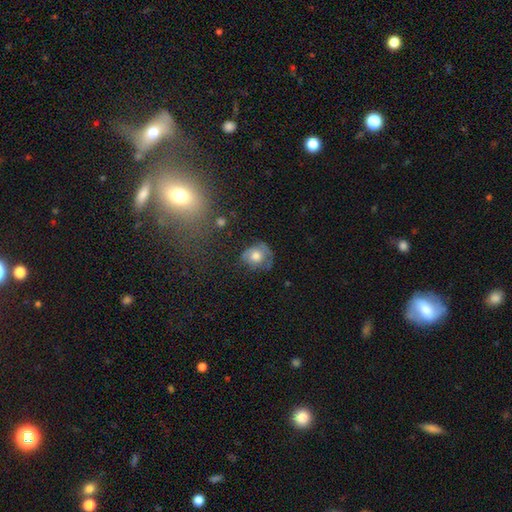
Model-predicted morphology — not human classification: Smooth or featured?
  - smooth: 59% *
  - featured or disk: 32%
  - star or artifact: 9%
How rounded?
  - round: 70% *
  - in between: 29%
  - cigar-shaped: 1%
Merging?
  - none: 47% *
  - minor disturbance: 31%
  - major disturbance: 19%
  - merger: 3%